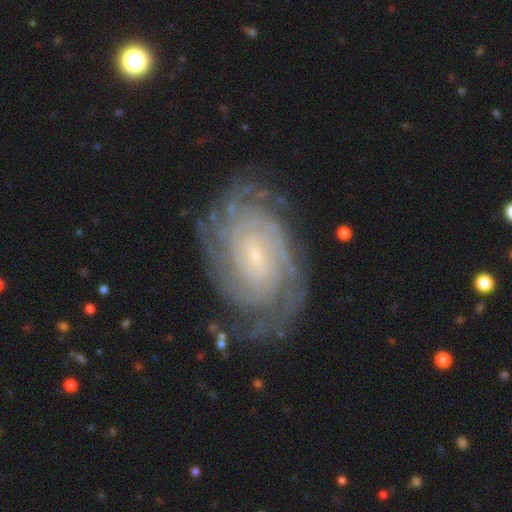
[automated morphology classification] A featured or disk galaxy (88%) with no bar (54%), tight (81%) spiral arms (98%) and a small central bulge (81%). Merging: none (79%).